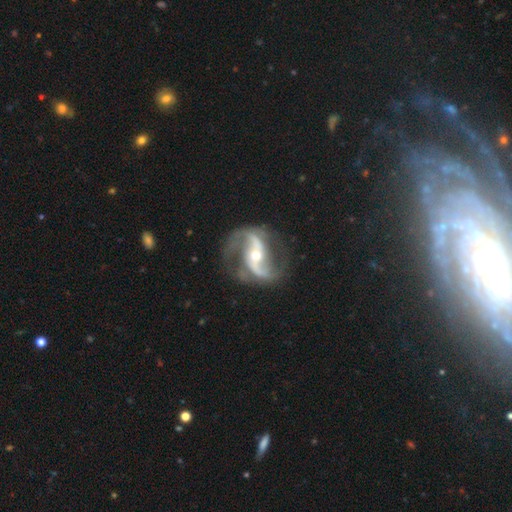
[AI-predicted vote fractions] Overall: featured or disk (92%). Edge-on disk: no (97%). Bar: strong (40%; no 31%). Spiral arms: yes (97%). Spiral arm count: 2 (94%). Spiral winding: loose (53%; medium 39%). Bulge size: moderate (50%; small 46%). Merging: none (77%).